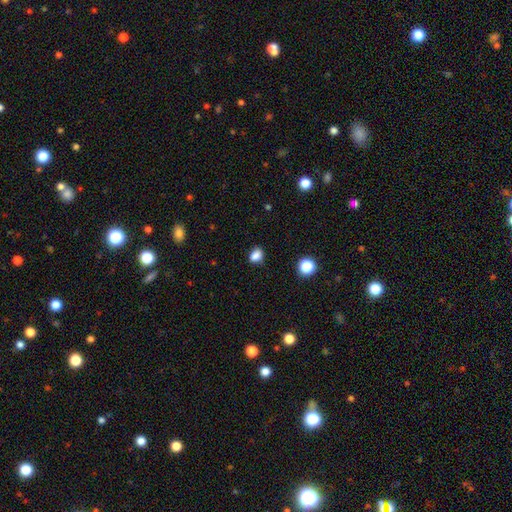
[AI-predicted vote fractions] smooth 84%, star or artifact 11%, featured or disk 4%. Down the decision tree: how rounded — in between (62%); merging — none (79%).